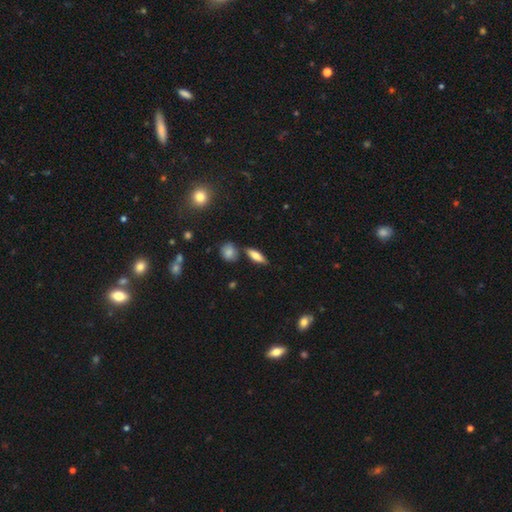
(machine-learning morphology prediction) A smooth galaxy with no disk features (71%) that is in between round and cigar-shaped (51%). Merging: none (77%).